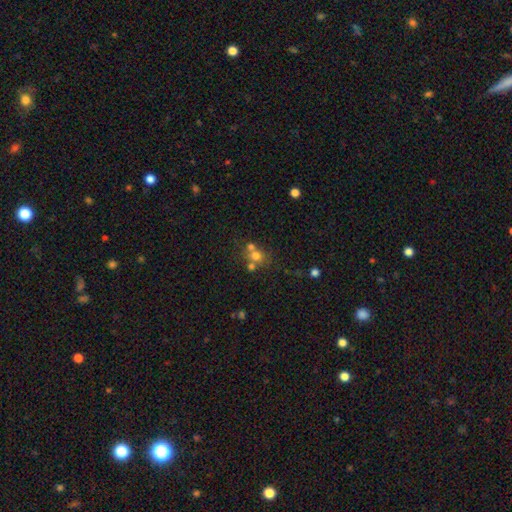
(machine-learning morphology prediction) type=smooth (65%); roundness=round (77%); merging=none (45%).